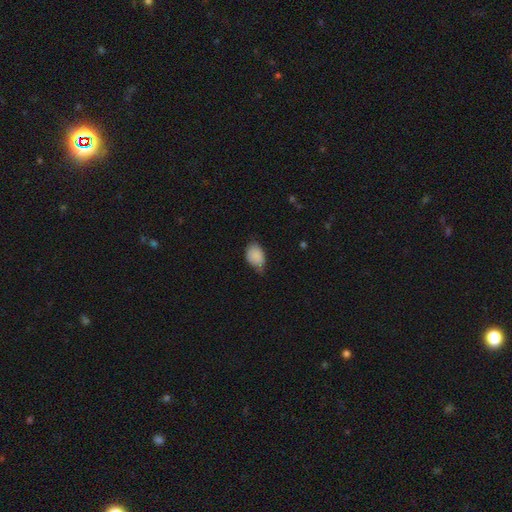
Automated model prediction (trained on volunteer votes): A smooth galaxy with no disk features (86%) that is in between round and cigar-shaped (82%).

Vote fractions:
- Smooth or featured? smooth: 86% / star or artifact: 7% / featured or disk: 6%
- How rounded? in between: 82% / round: 17% / cigar-shaped: 1%
- Merging? none: 46% / minor disturbance: 44% / major disturbance: 8% / merger: 2%